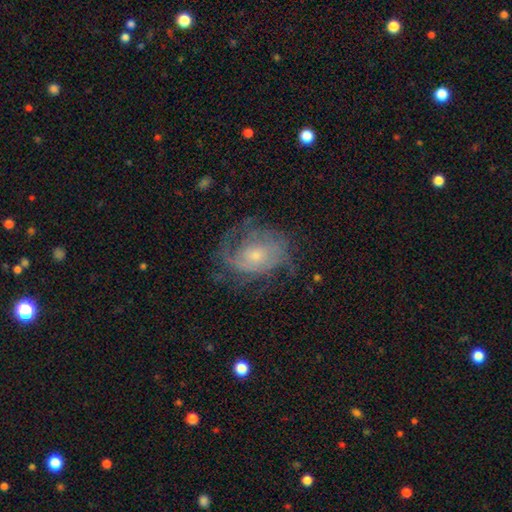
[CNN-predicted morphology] Smooth or featured?
  - featured or disk: 75% *
  - smooth: 17%
  - star or artifact: 8%
Edge-on disk?
  - no: 97% *
  - yes: 3%
Bar?
  - no: 74% *
  - weak: 23%
  - strong: 4%
Spiral arms?
  - yes: 87% *
  - no: 13%
Spiral winding?
  - tight: 44% *
  - medium: 39%
  - loose: 18%
Spiral arm count?
  - can't tell: 36% *
  - 2: 31%
  - 3: 13%
  - 1: 10%
  - 4: 5%
  - more than 4: 4%
Bulge size?
  - small: 58% *
  - moderate: 34%
  - none: 3%
  - large: 3%
  - dominant: 1%
Merging?
  - none: 58% *
  - minor disturbance: 21%
  - major disturbance: 19%
  - merger: 1%